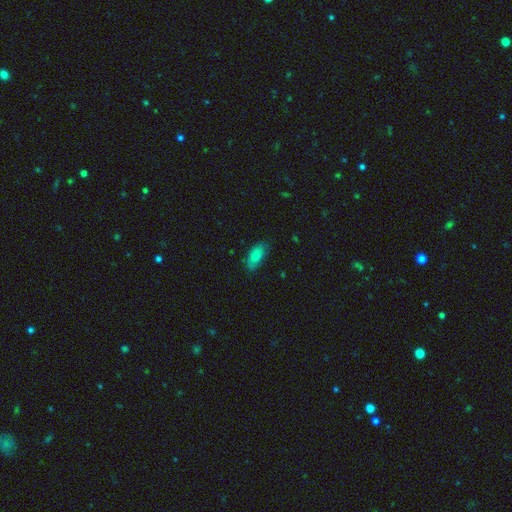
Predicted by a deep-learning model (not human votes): Q: Smooth or featured?
A: smooth (82%); runner-up: featured or disk (10%)
Q: How rounded?
A: in between (86%); runner-up: cigar-shaped (11%)
Q: Merging?
A: none (75%); runner-up: minor disturbance (20%)